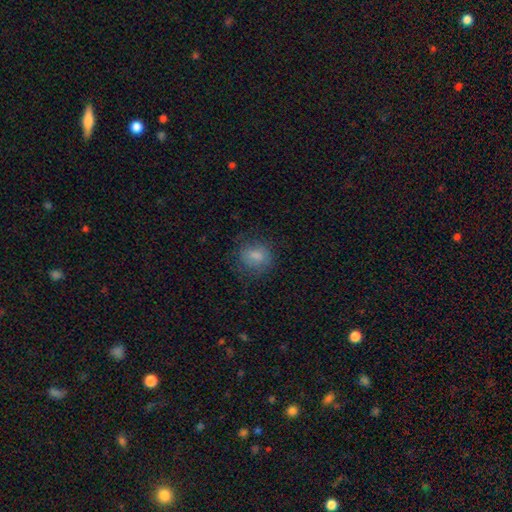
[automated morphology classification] This is likely a smooth galaxy (78%). How rounded: likely round (66%). Merging: likely none (70%).